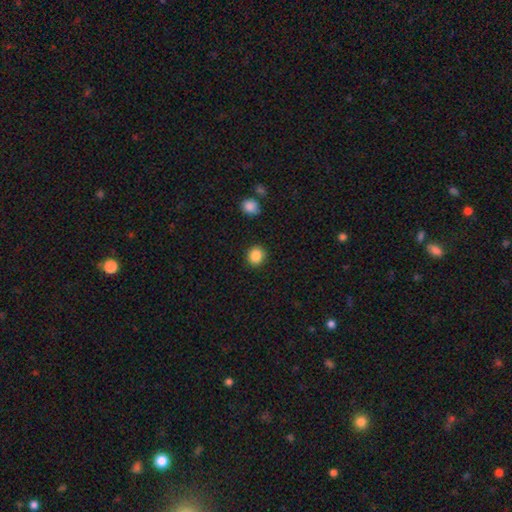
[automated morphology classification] This appears to be a smooth galaxy with no disk features (87%) that is round (85%). Merging: none (90%).